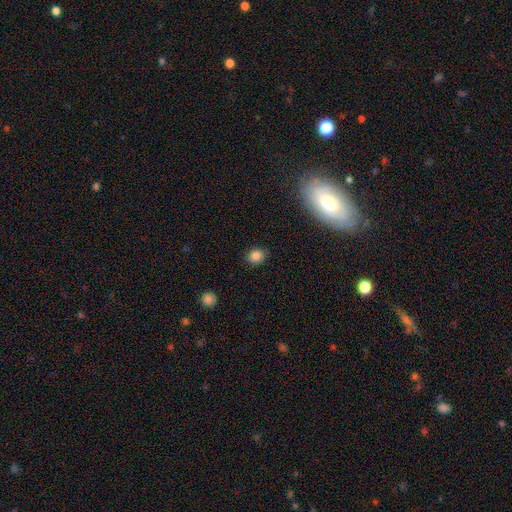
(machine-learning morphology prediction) type=smooth (84%); roundness=round (71%); merging=none (85%).